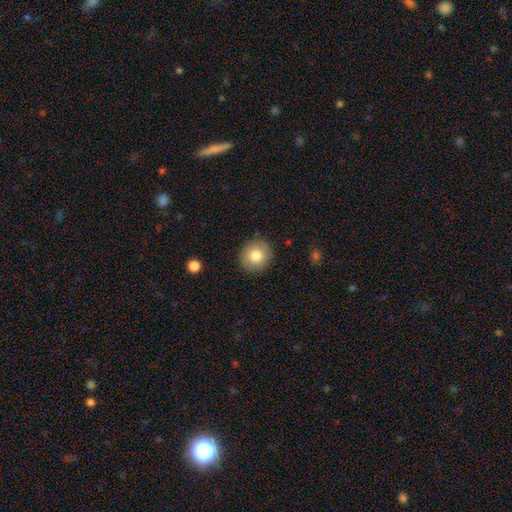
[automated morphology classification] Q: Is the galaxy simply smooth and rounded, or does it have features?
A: smooth — 80%.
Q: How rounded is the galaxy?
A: round — 86%.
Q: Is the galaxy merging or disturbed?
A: none — 89%.